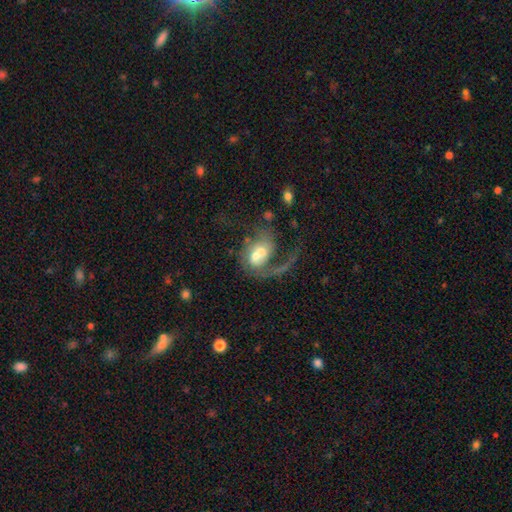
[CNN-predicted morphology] Overall: featured or disk (59%; smooth 32%). Edge-on disk: no (96%). Bar: no (65%; weak 28%). Spiral arms: yes (70%). Bulge size: moderate (54%; large 19%). Merging: merger (54%; major disturbance 25%).